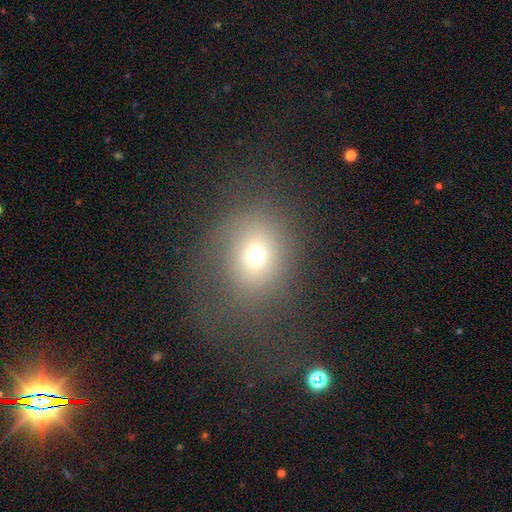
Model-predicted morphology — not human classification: Smooth or featured: smooth — 68% (star or artifact — 18%)
How rounded: round — 76% (in between — 23%)
Merging: none — 58% (major disturbance — 23%)